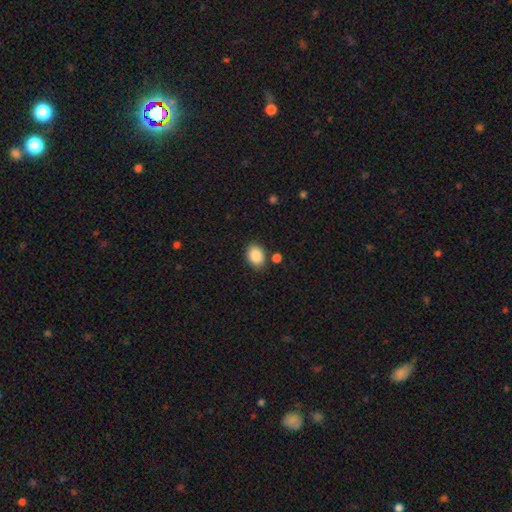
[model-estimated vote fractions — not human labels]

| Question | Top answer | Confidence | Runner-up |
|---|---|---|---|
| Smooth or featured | smooth | 88% | star or artifact (8%) |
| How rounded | in between | 68% | round (31%) |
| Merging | none | 80% | minor disturbance (12%) |